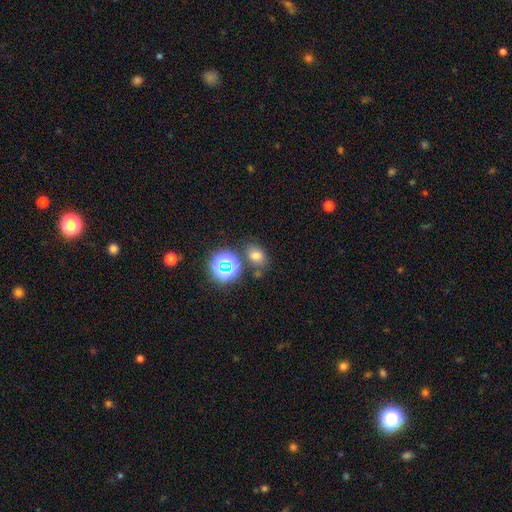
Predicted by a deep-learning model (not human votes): Smooth or featured?
  - smooth: 66% *
  - star or artifact: 24%
  - featured or disk: 10%
How rounded?
  - in between: 61% *
  - round: 37%
  - cigar-shaped: 1%
Merging?
  - none: 72% *
  - minor disturbance: 14%
  - merger: 10%
  - major disturbance: 5%